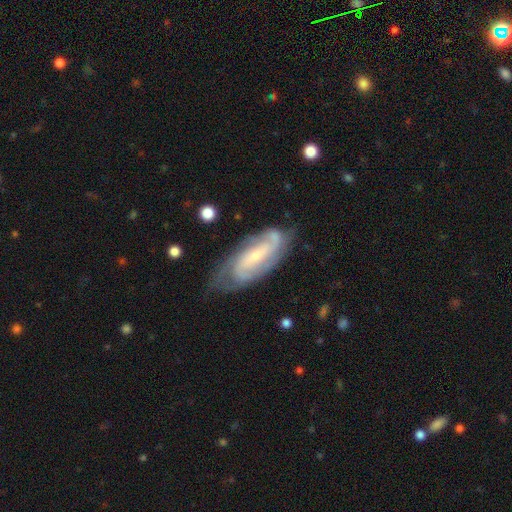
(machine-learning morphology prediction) The model was most divided on "bar": no: 38%, weak: 37%, strong: 25%. Remaining: spiral arms — yes (96%); edge-on disk — no (93%); smooth or featured — featured or disk (85%); bulge size — small (72%); merging — none (72%); spiral arm count — 2 (57%); spiral winding — tight (48%).